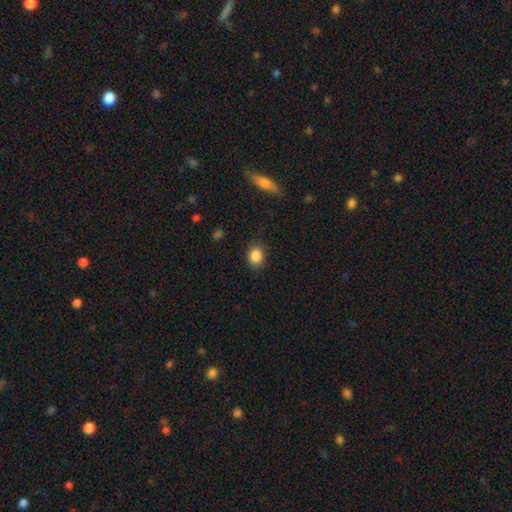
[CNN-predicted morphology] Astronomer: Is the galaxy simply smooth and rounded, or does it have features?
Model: smooth — 87%.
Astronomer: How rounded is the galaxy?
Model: in between — 57% (runner-up: round, 42%).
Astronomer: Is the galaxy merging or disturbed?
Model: none — 81%.